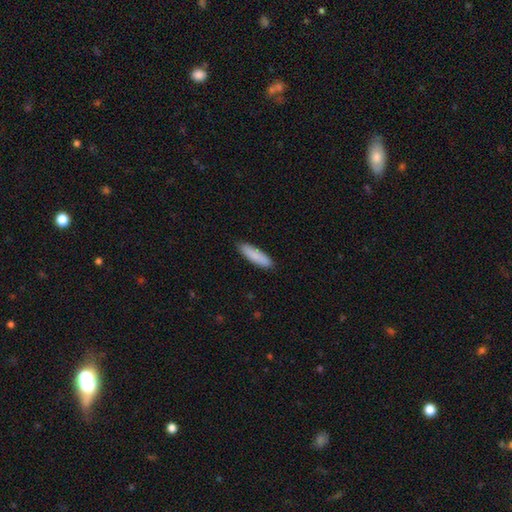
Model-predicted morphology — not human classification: This appears to be a smooth galaxy with no disk features (87%) that is cigar-shaped (64%). Merging: none (88%).